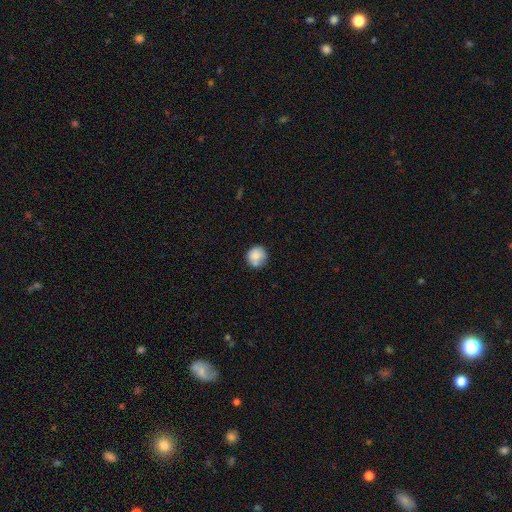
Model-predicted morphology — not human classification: Smooth or featured? Predicted: smooth (p=0.81). How rounded? Predicted: round (p=0.88). Merging? Predicted: none (p=0.63).